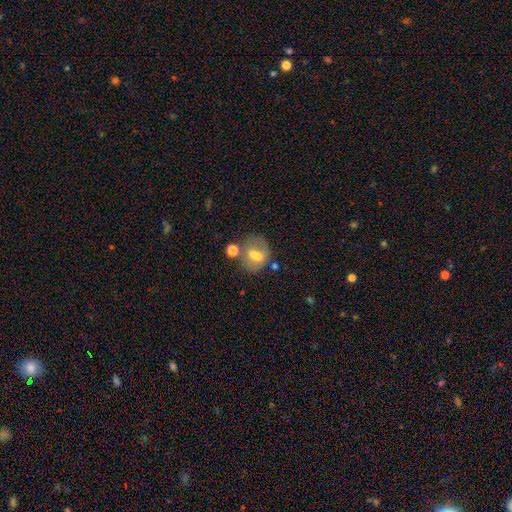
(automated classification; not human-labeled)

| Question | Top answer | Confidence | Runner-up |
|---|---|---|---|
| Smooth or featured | smooth | 52% | featured or disk (35%) |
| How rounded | round | 64% | in between (35%) |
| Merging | none | 50% | merger (25%) |